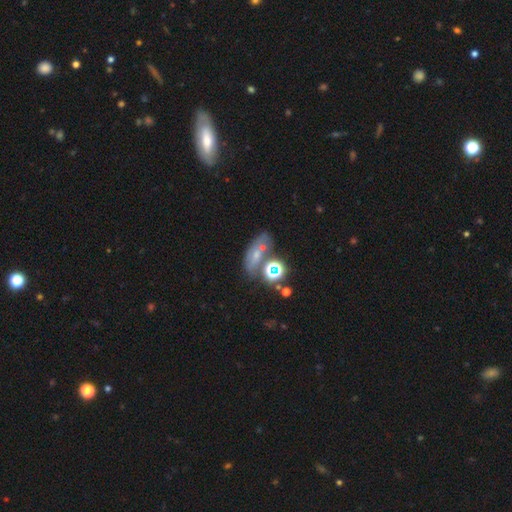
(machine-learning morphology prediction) Q: Smooth or featured?
A: smooth (46%); runner-up: featured or disk (27%)
Q: Merging?
A: none (47%); runner-up: merger (24%)